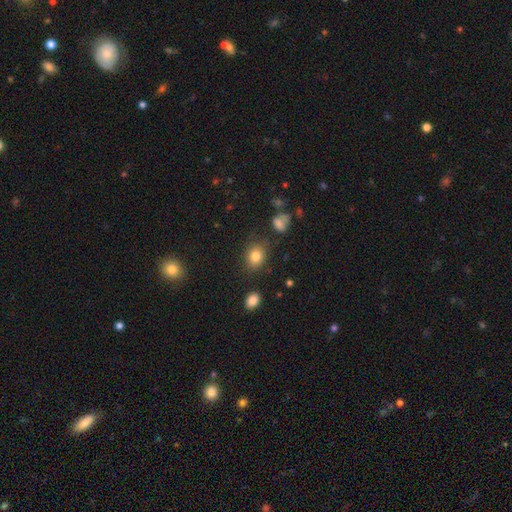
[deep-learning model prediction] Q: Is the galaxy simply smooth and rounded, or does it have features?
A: smooth — 81%.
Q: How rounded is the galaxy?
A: in between — 52%.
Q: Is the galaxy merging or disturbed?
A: none — 78%.